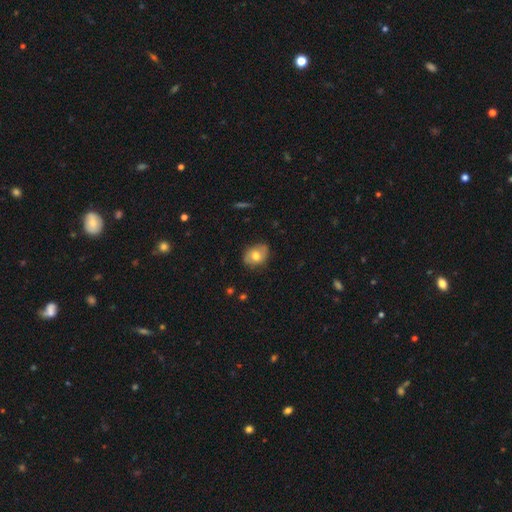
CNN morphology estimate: Smooth or featured? Predicted: smooth (p=0.66). How rounded? Predicted: in between (p=0.65). Merging? Predicted: none (p=0.78).